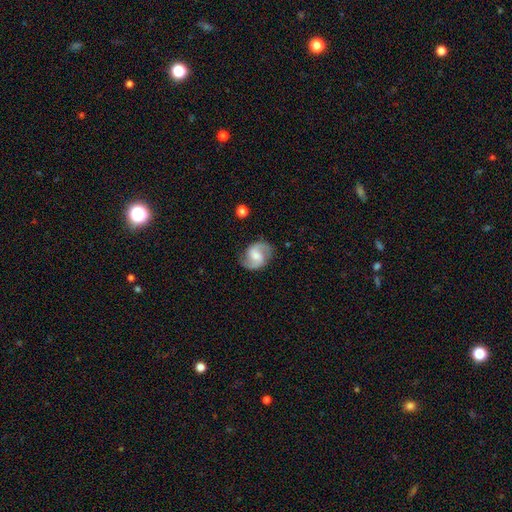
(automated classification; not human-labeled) This appears to be a featured or disk galaxy (83%) with a weak bar (50%), 2 (93%) medium (54%) spiral arms (96%) and a moderate central bulge (44%). Merging: none (82%).